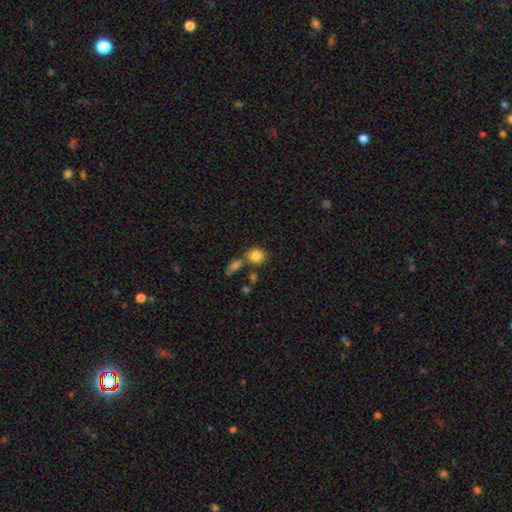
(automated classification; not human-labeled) This appears to be a smooth galaxy with no disk features (84%) that is round (75%). Merging: none (59%).